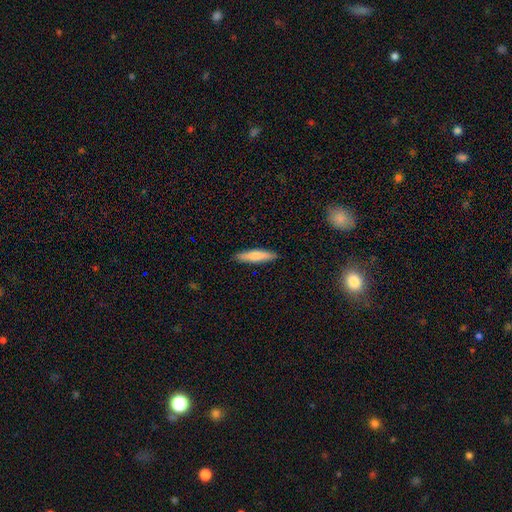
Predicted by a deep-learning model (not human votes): smooth 74%, featured or disk 21%, star or artifact 5%. Down the decision tree: how rounded — cigar-shaped (81%); merging — none (90%).